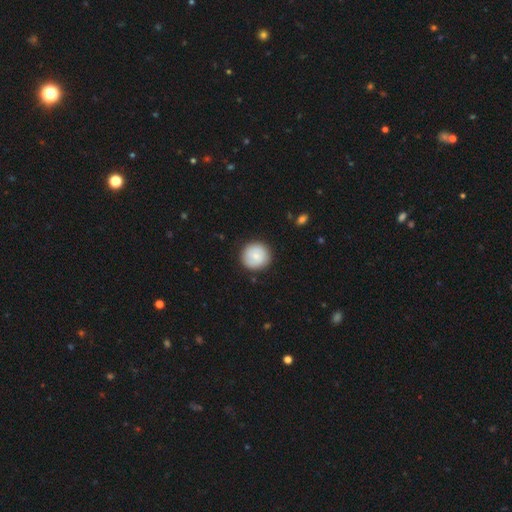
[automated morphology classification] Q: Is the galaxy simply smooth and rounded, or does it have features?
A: smooth — 76%.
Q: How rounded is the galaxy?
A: round — 94%.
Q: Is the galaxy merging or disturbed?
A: none — 88%.